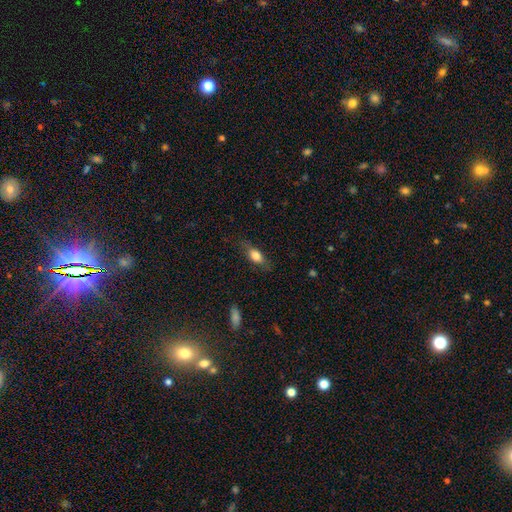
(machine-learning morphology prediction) This appears to be a smooth galaxy with no disk features (72%) that is in between round and cigar-shaped (72%). Merging: none (75%).